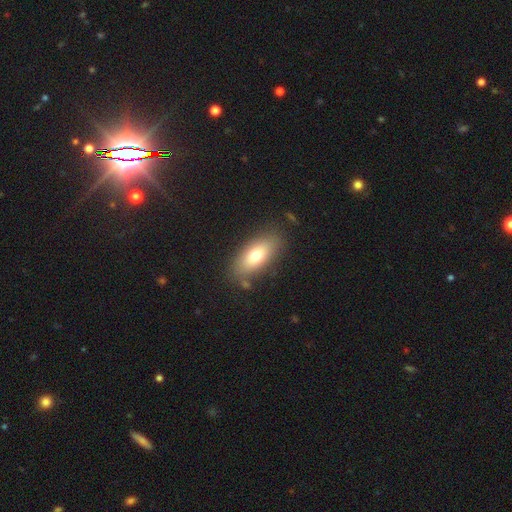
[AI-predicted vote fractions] Smooth or featured? smooth (72%)
How rounded? in between (82%)
Merging? none (80%)